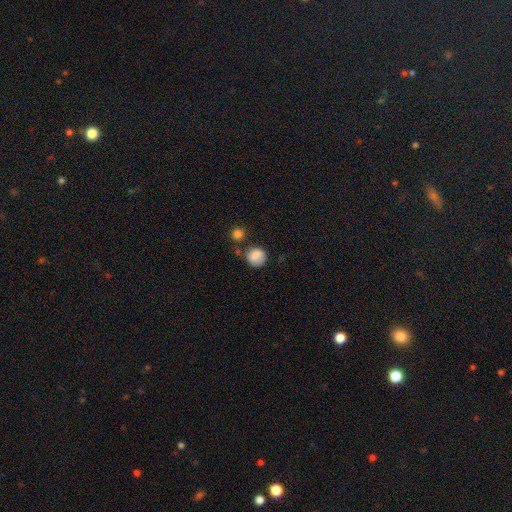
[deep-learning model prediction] smooth_or_featured: smooth (p=0.86) [alt: star or artifact p=0.09]
how_rounded: round (p=0.84) [alt: in between p=0.15]
merging: none (p=0.68) [alt: minor disturbance p=0.18]